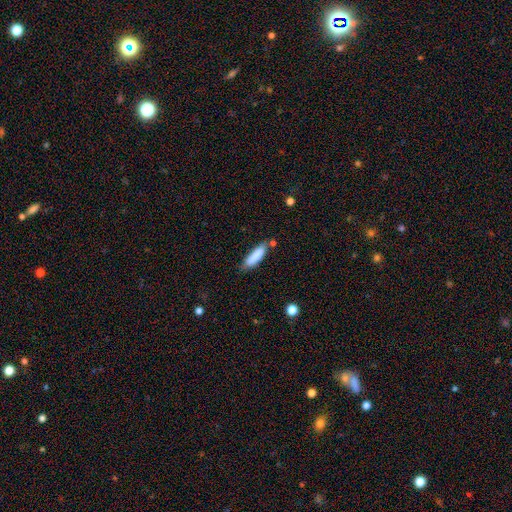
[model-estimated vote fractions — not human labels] Smooth or featured?
  - smooth: 84% *
  - featured or disk: 10%
  - star or artifact: 7%
How rounded?
  - cigar-shaped: 70% *
  - in between: 29%
  - round: 1%
Merging?
  - none: 69% *
  - minor disturbance: 20%
  - merger: 7%
  - major disturbance: 4%